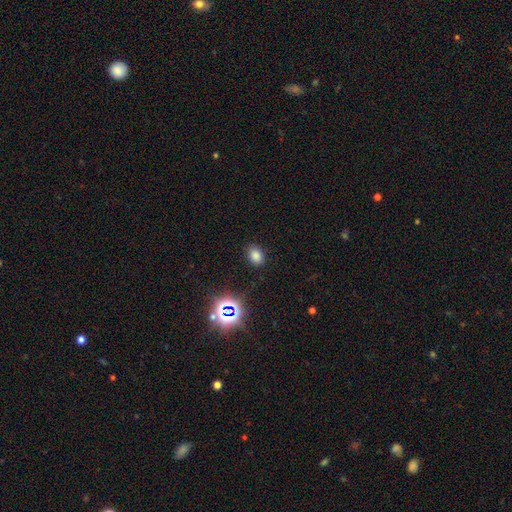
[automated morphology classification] type=smooth (75%); roundness=in between (71%); merging=none (85%).